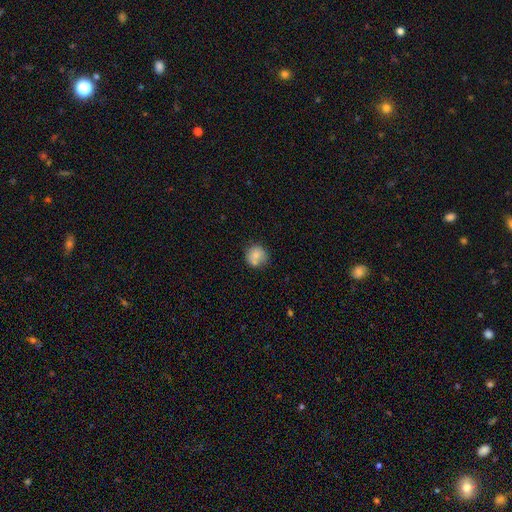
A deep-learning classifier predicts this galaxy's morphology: Q: Smooth or featured?
A: smooth (78%); runner-up: featured or disk (14%)
Q: How rounded?
A: round (87%); runner-up: in between (12%)
Q: Merging?
A: none (61%); runner-up: merger (18%)